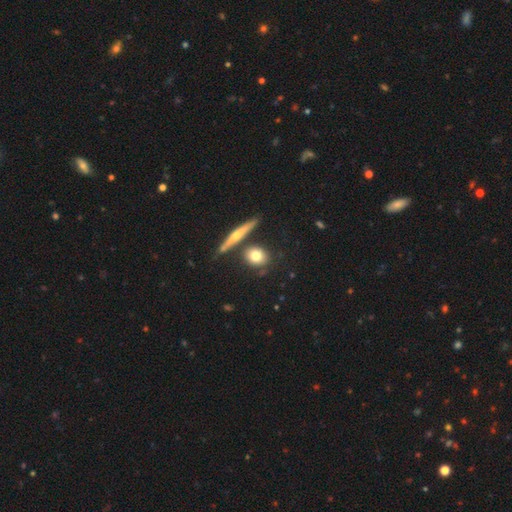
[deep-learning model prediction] Morphology: type=smooth (70%); roundness=round (62%); merging=none (71%).